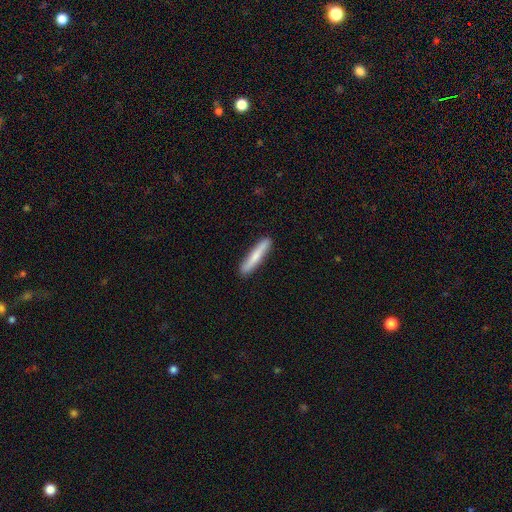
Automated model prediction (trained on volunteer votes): Q: Smooth or featured?
A: smooth (69%); runner-up: featured or disk (26%)
Q: How rounded?
A: cigar-shaped (93%); runner-up: in between (5%)
Q: Merging?
A: none (90%); runner-up: minor disturbance (8%)